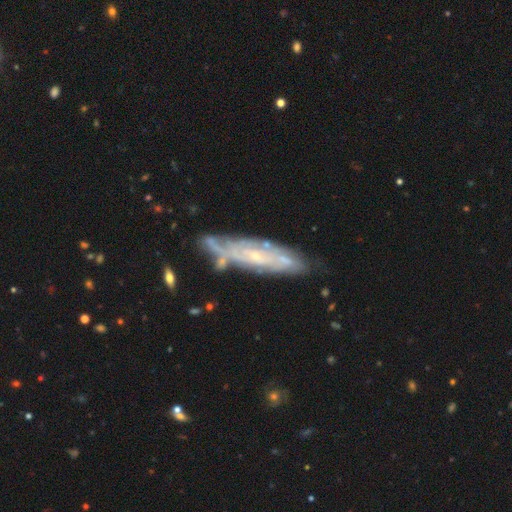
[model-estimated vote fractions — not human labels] smooth-or-featured: featured or disk: 74% | smooth: 19% | star or artifact: 7%
  disk-edge-on: no: 68% | yes: 32%
    bar: no: 68% | weak: 25% | strong: 7%
    has-spiral-arms: yes: 71% | no: 29%
    bulge-size: small: 74% | moderate: 19% | none: 5% | large: 1% | dominant: 1%
  merging: none: 65% | minor disturbance: 21% | merger: 8% | major disturbance: 7%